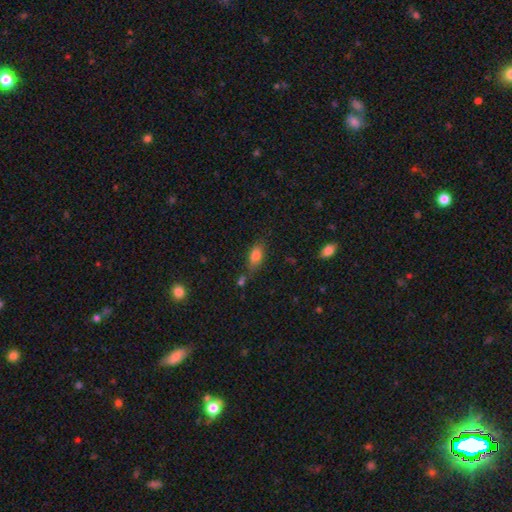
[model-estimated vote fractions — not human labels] Smooth or featured: smooth — 79% (featured or disk — 12%)
How rounded: in between — 84% (cigar-shaped — 8%)
Merging: none — 67% (minor disturbance — 19%)